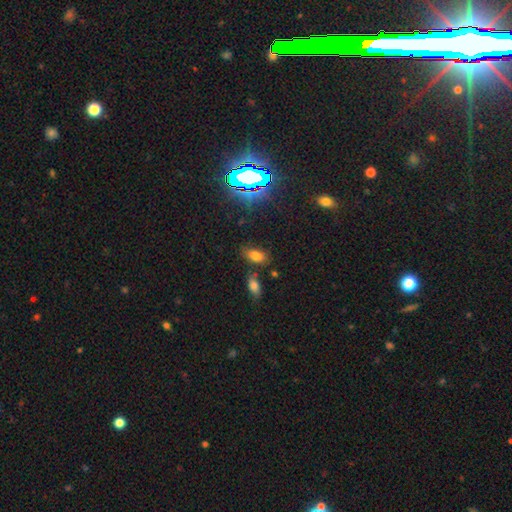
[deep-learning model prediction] Smooth or featured? Predicted: smooth (p=0.72). How rounded? Predicted: in between (p=0.89). Merging? Predicted: none (p=0.74).